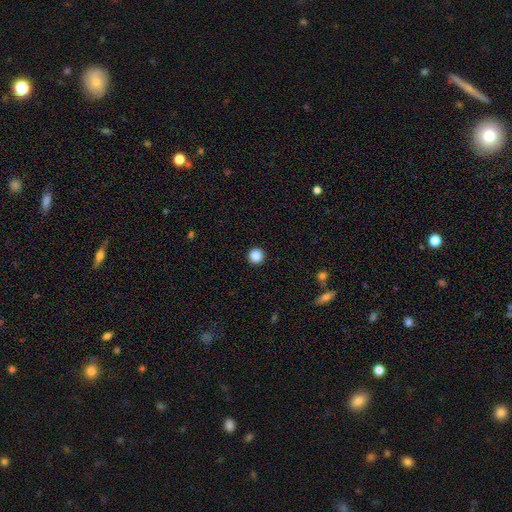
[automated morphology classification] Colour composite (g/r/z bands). It shows a smooth galaxy with no disk features (87%) that is round (96%). Merging: none (93%).